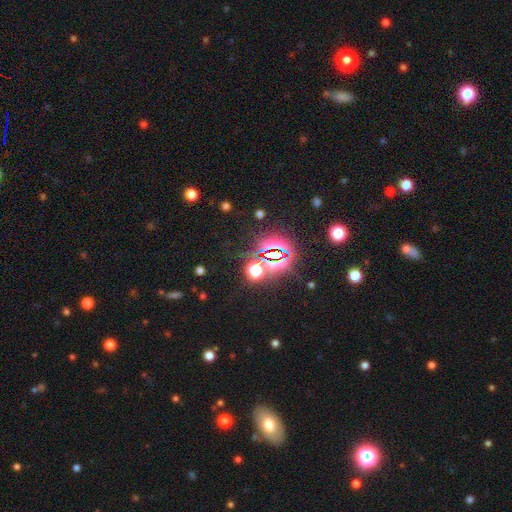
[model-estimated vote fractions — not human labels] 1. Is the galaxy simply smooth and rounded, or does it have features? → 79% star or artifact, 14% smooth, 8% featured or disk.